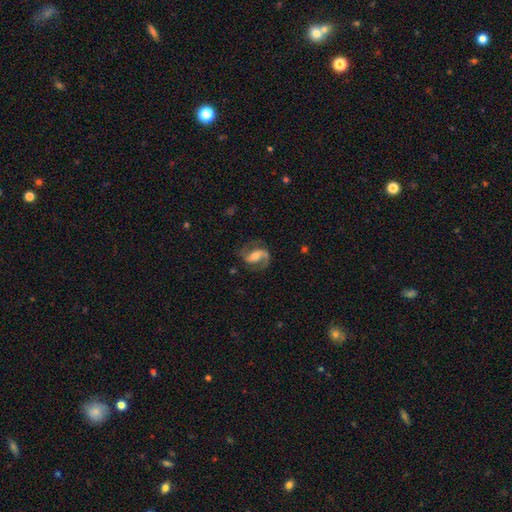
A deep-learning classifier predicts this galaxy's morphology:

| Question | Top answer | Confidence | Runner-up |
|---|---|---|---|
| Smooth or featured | featured or disk | 87% | smooth (7%) |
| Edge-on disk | no | 98% | yes (2%) |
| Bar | weak | 43% | strong (29%) |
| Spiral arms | yes | 97% | no (3%) |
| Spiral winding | medium | 56% | loose (26%) |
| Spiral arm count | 2 | 89% | 1 (5%) |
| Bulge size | moderate | 52% | small (33%) |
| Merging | none | 76% | minor disturbance (14%) |